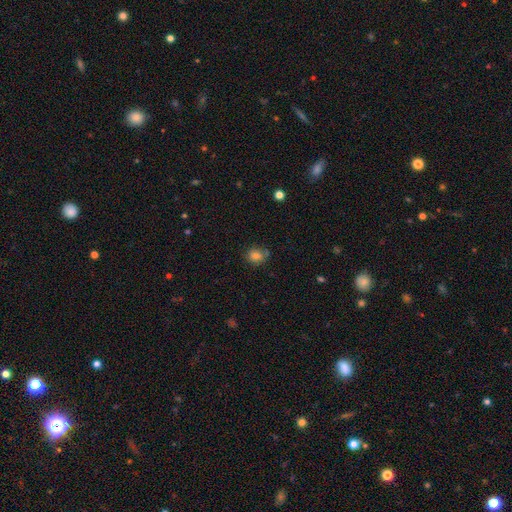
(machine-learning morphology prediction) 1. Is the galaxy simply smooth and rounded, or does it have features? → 81% smooth, 12% star or artifact, 7% featured or disk.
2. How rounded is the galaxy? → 73% round, 26% in between, 1% cigar-shaped.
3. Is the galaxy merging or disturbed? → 72% none, 17% minor disturbance, 8% merger, 4% major disturbance.